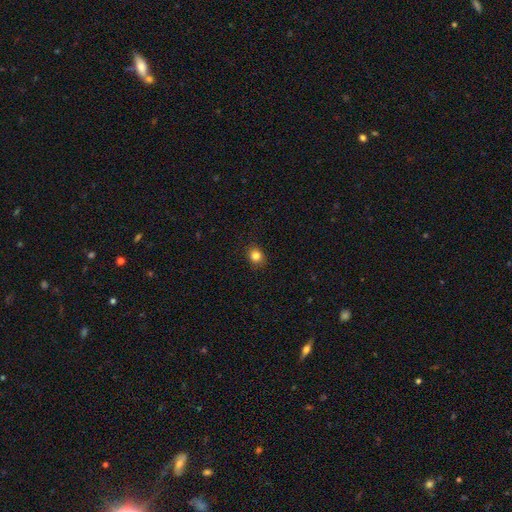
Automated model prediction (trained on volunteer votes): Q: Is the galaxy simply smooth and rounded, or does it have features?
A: smooth — 83%.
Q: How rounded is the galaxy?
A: round — 75%.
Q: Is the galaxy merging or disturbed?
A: none — 89%.